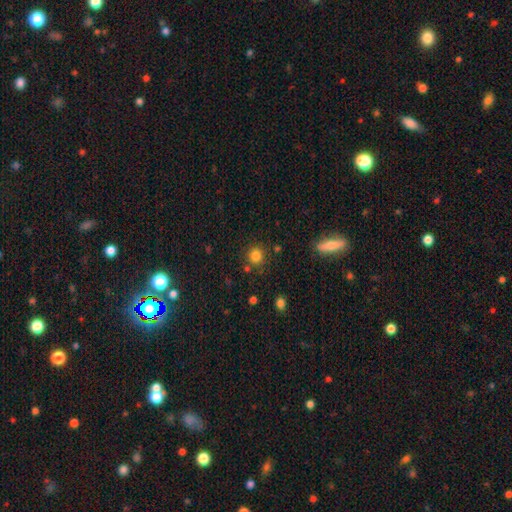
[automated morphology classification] This is clearly a smooth galaxy (81%). How rounded: clearly round (91%). Merging: clearly none (82%).